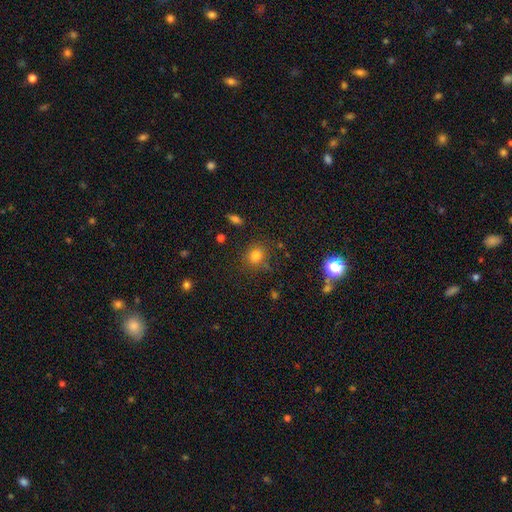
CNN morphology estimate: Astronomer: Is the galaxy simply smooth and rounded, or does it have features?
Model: smooth — 78%.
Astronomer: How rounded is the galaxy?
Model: round — 74%.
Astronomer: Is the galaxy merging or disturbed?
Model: none — 79%.